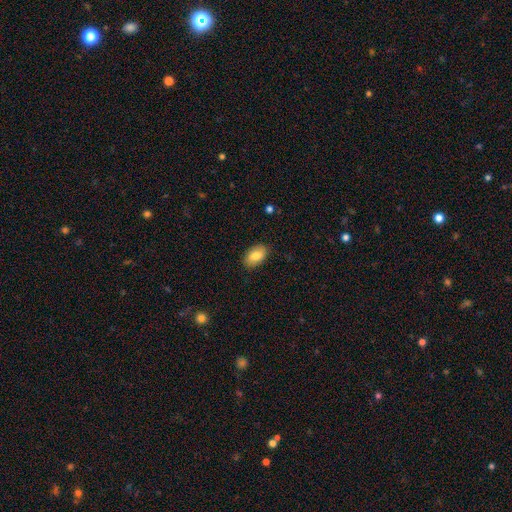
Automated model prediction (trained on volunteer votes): Smooth or featured? smooth (82%)
How rounded? in between (93%)
Merging? none (87%)